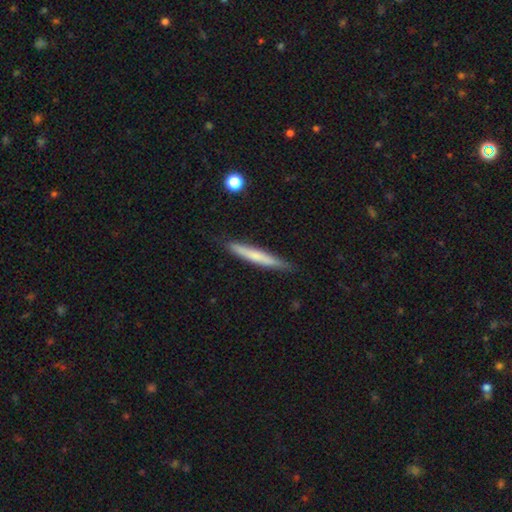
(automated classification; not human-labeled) smooth-or-featured: smooth: 59% | featured or disk: 35% | star or artifact: 6%
  how-rounded: cigar-shaped: 96% | in between: 3% | round: 1%
  merging: none: 85% | minor disturbance: 11% | major disturbance: 2% | merger: 1%